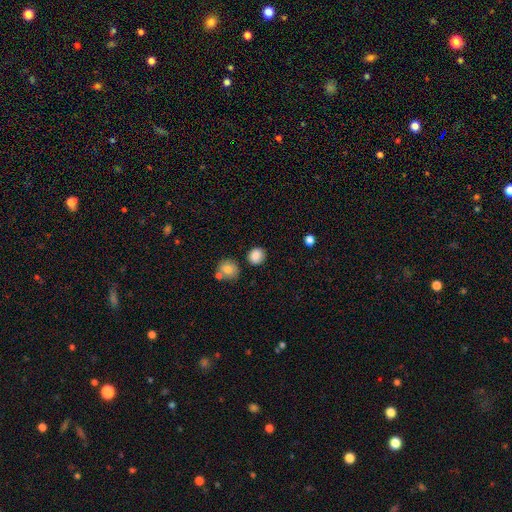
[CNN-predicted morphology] A smooth galaxy with no disk features (86%) that is round (80%).

Vote fractions:
- Smooth or featured? smooth: 86% / star or artifact: 9% / featured or disk: 5%
- How rounded? round: 80% / in between: 19% / cigar-shaped: 1%
- Merging? none: 81% / minor disturbance: 11% / merger: 5% / major disturbance: 3%